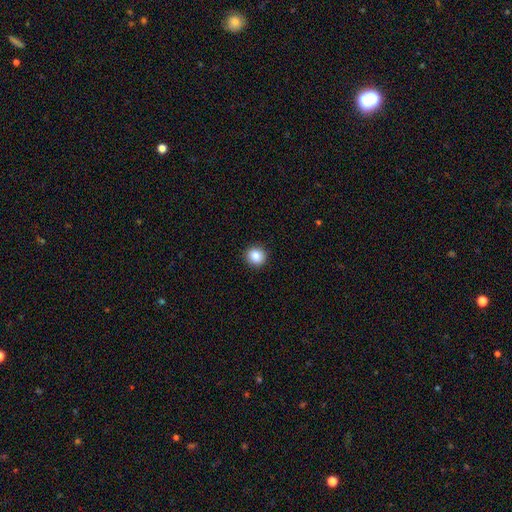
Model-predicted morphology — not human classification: smooth-or-featured: smooth: 86% | star or artifact: 9% | featured or disk: 5%
  how-rounded: round: 88% | in between: 11% | cigar-shaped: 1%
  merging: none: 92% | minor disturbance: 5% | major disturbance: 2% | merger: 1%